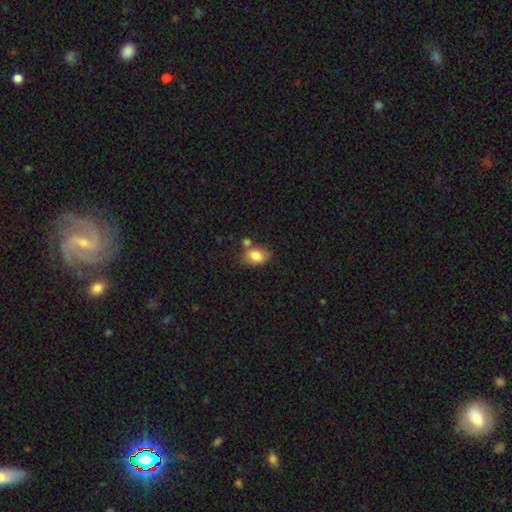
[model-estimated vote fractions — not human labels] This appears to be a smooth galaxy with no disk features (82%) that is in between round and cigar-shaped (76%). Merging: none (63%).